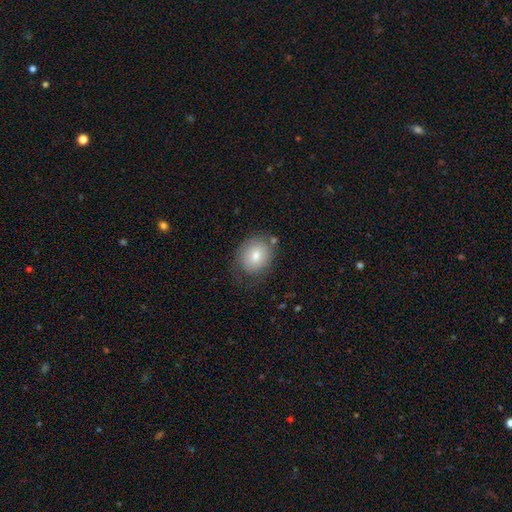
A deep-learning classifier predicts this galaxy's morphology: smooth 75%, featured or disk 17%, star or artifact 8%. Down the decision tree: how rounded — round (58%); merging — none (67%).